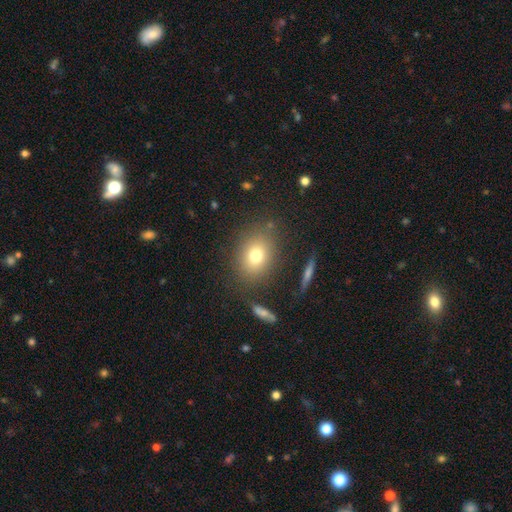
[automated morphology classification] A smooth galaxy with no disk features (74%) that is in between round and cigar-shaped (53%).

Vote fractions:
- Smooth or featured? smooth: 74% / star or artifact: 13% / featured or disk: 12%
- How rounded? in between: 53% / round: 45% / cigar-shaped: 2%
- Merging? none: 80% / minor disturbance: 11% / major disturbance: 5% / merger: 4%